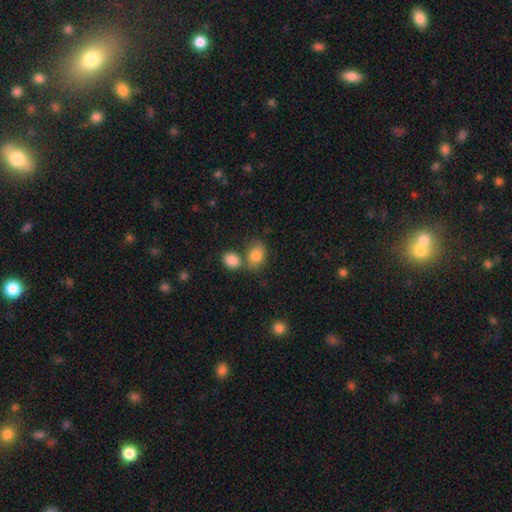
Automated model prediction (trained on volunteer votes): Smooth or featured?
  - smooth: 83% *
  - featured or disk: 9%
  - star or artifact: 8%
How rounded?
  - in between: 72% *
  - round: 27%
  - cigar-shaped: 1%
Merging?
  - none: 48% *
  - merger: 33%
  - minor disturbance: 14%
  - major disturbance: 5%